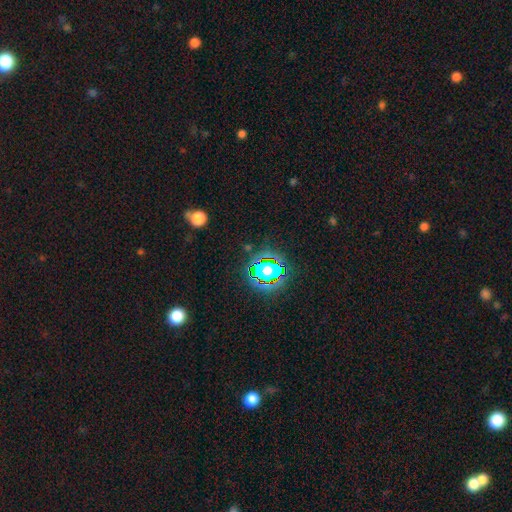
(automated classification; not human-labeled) Smooth or featured? star or artifact (80%)